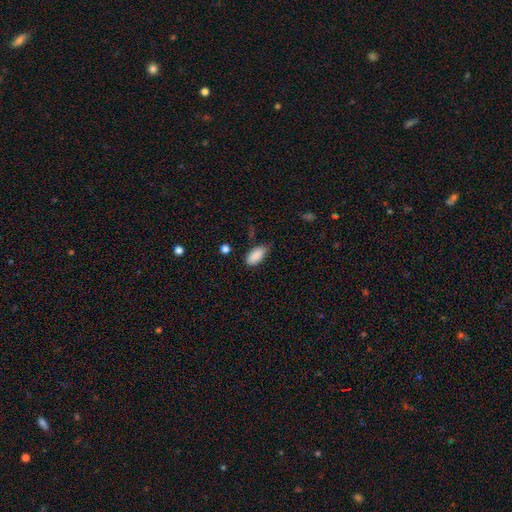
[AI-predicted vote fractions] This appears to be a smooth galaxy with no disk features (88%) that is in between round and cigar-shaped (91%). Merging: none (58%).